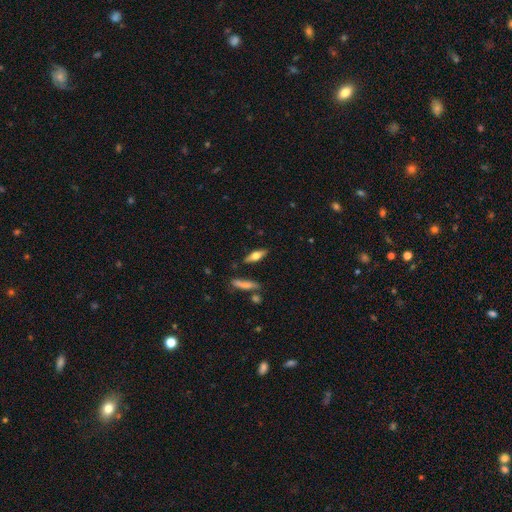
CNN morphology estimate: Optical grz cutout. It shows a smooth galaxy with no disk features (50%). Merging: none (82%).